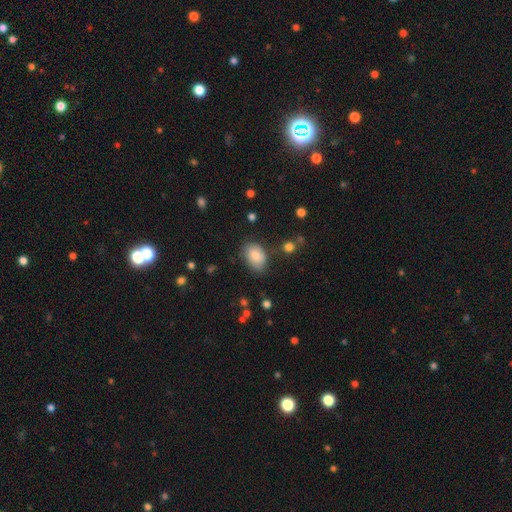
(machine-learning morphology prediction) A smooth galaxy with no disk features (84%) that is in between round and cigar-shaped (85%). Merging: none (67%).